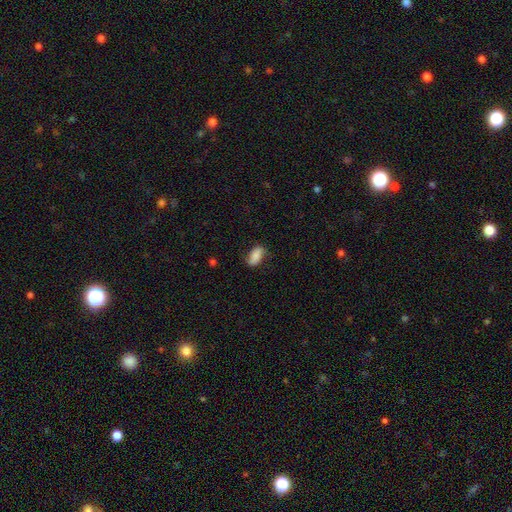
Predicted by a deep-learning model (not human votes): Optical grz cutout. It shows a smooth galaxy with no disk features (78%) that is in between round and cigar-shaped (90%). Merging: none (71%).